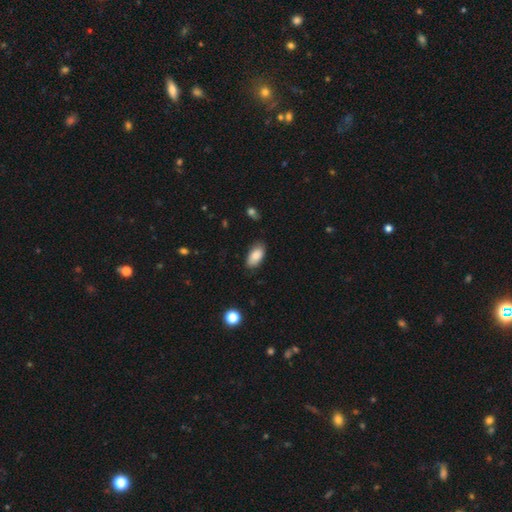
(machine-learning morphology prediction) Q: Smooth or featured?
A: smooth (86%); runner-up: featured or disk (7%)
Q: How rounded?
A: in between (94%); runner-up: cigar-shaped (3%)
Q: Merging?
A: none (79%); runner-up: minor disturbance (16%)